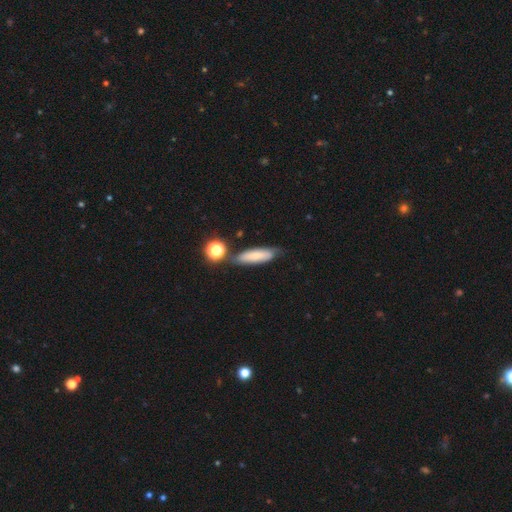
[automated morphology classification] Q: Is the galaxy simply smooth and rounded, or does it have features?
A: smooth — 70%.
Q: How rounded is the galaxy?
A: cigar-shaped — 61%.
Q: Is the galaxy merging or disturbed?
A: none — 66%.